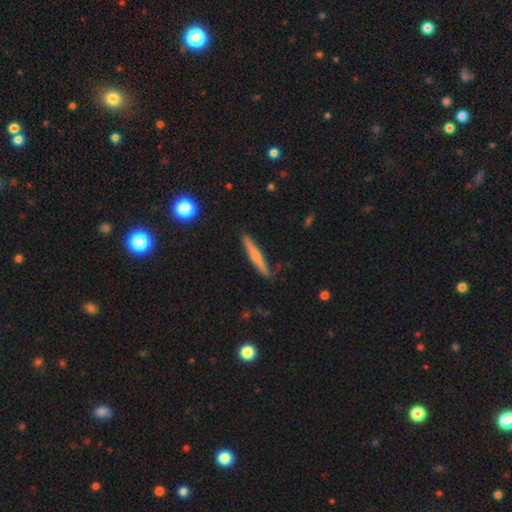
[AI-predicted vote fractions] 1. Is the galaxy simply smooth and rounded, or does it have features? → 54% smooth, 40% featured or disk, 7% star or artifact.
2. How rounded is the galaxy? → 94% cigar-shaped, 4% in between, 2% round.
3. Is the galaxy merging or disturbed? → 85% none, 11% minor disturbance, 2% major disturbance, 2% merger.